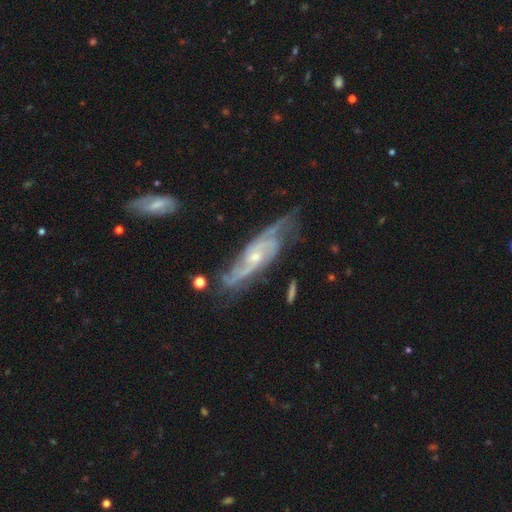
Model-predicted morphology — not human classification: A featured or disk galaxy (86%) with no bar (65%), 2 (50%) medium (45%) spiral arms (96%) and a small central bulge (68%). Merging: none (63%).